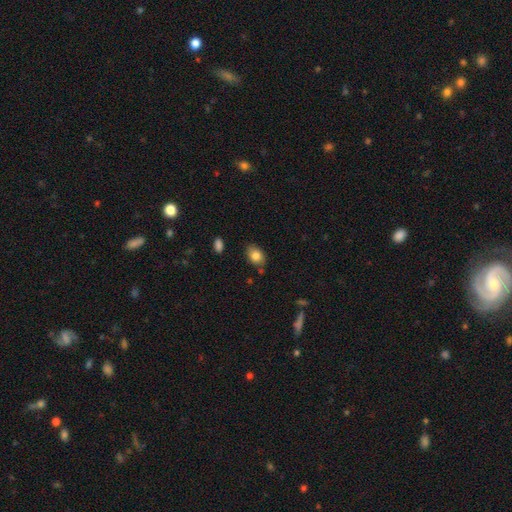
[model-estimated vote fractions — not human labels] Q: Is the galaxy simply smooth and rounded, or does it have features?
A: smooth — 83%.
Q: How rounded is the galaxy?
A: in between — 77%.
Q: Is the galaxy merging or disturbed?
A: none — 76%.